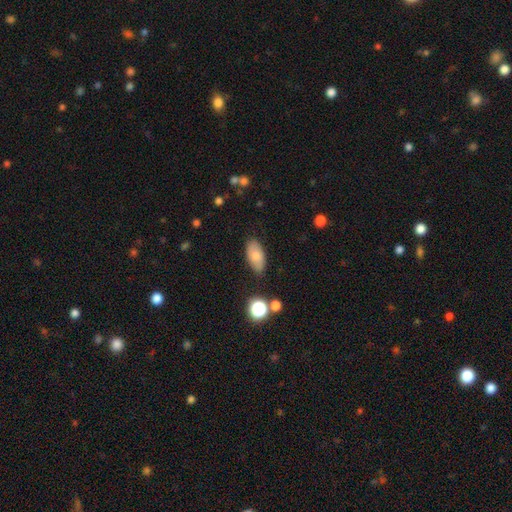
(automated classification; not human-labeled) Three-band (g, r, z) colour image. It shows a smooth galaxy with no disk features (70%) that is in between round and cigar-shaped (92%). Merging: none (80%).